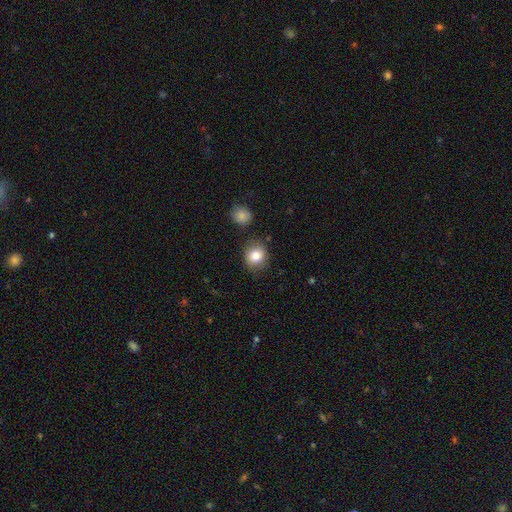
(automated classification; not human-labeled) Morphology: type=smooth (82%); roundness=round (79%); merging=none (81%).